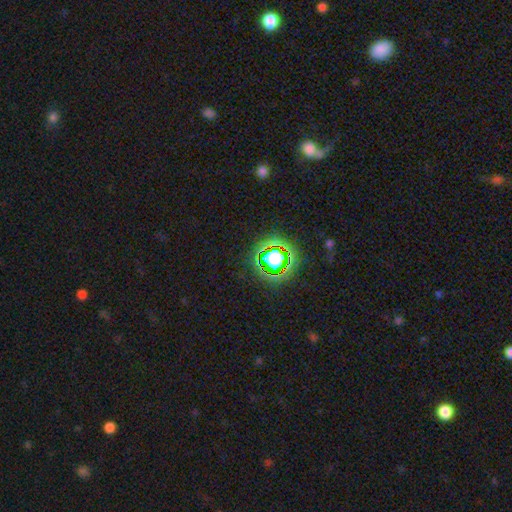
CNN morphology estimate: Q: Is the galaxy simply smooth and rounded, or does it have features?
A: star or artifact — 78%.